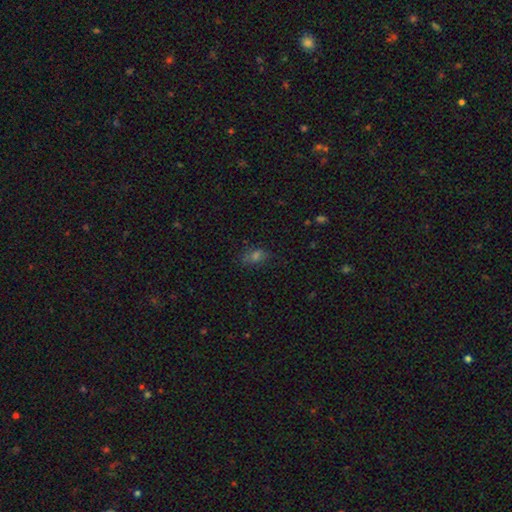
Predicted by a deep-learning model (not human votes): Smooth or featured: smooth — 60% (star or artifact — 27%)
How rounded: in between — 73% (round — 22%)
Merging: none — 70% (minor disturbance — 20%)